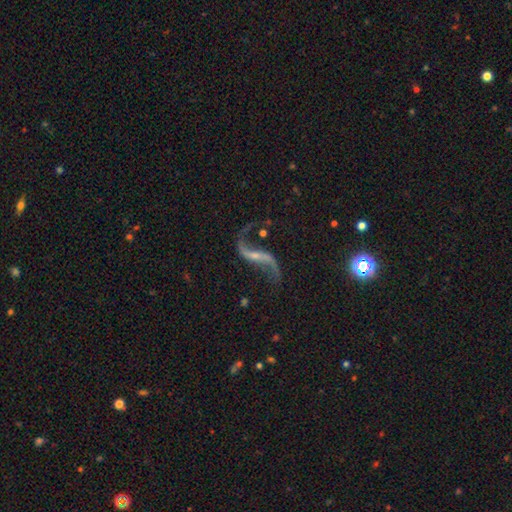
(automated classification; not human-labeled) smooth-or-featured: featured or disk: 90% | star or artifact: 6% | smooth: 4%
  disk-edge-on: no: 95% | yes: 5%
    bar: weak: 35% (tied) | no: 35% (tied) | strong: 29%
    has-spiral-arms: yes: 96% | no: 4%
      spiral-winding: loose: 94% | medium: 5% | tight: 2%
      spiral-arm-count: 2: 94% | 1: 2% | can't tell: 1% | 3: 1% | 4: 1% | more than 4: 1%
    bulge-size: small: 65% | none: 19% | moderate: 13% | large: 2% | dominant: 1%
  merging: none: 73% | minor disturbance: 14% | major disturbance: 10% | merger: 4%